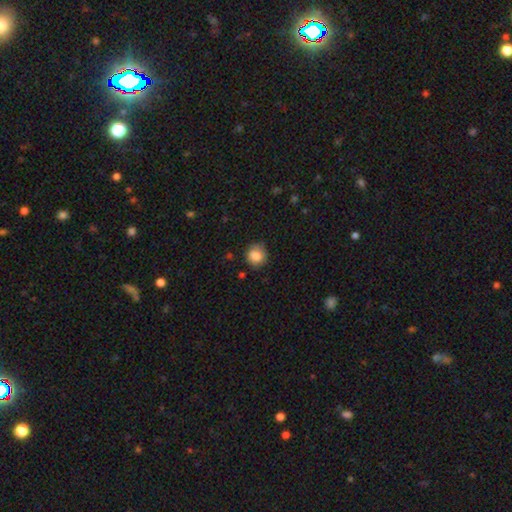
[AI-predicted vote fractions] smooth 85%, star or artifact 9%, featured or disk 6%. Down the decision tree: how rounded — round (87%); merging — none (76%).